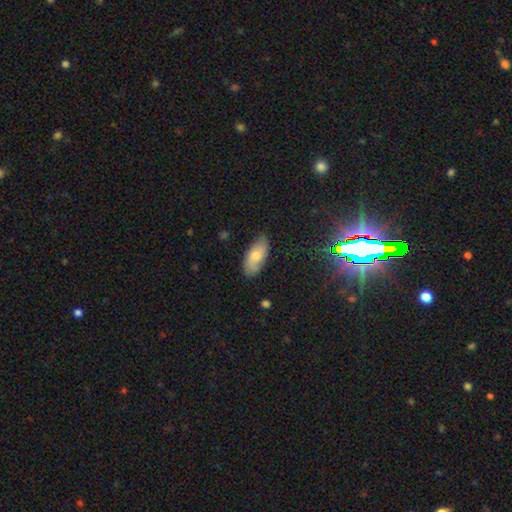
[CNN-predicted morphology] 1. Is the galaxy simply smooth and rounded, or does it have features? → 63% smooth, 28% featured or disk, 10% star or artifact.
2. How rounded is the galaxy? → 87% in between, 10% cigar-shaped, 3% round.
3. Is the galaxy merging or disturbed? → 80% none, 16% minor disturbance, 3% major disturbance, 1% merger.